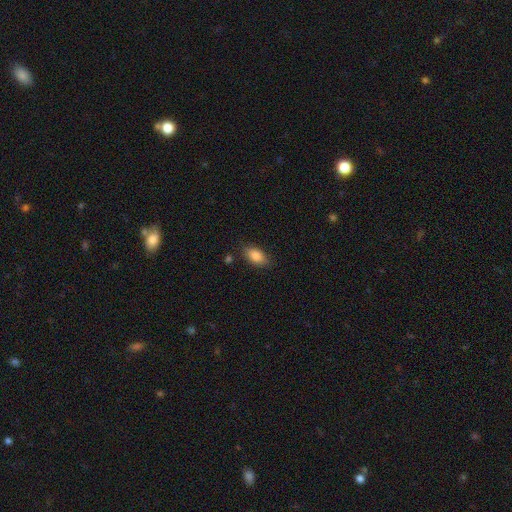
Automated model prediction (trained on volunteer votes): The model was most divided on "merging": none: 82%, minor disturbance: 13%, major disturbance: 3%, merger: 2%. More confident: how rounded — in between (89%); smooth or featured — smooth (85%).